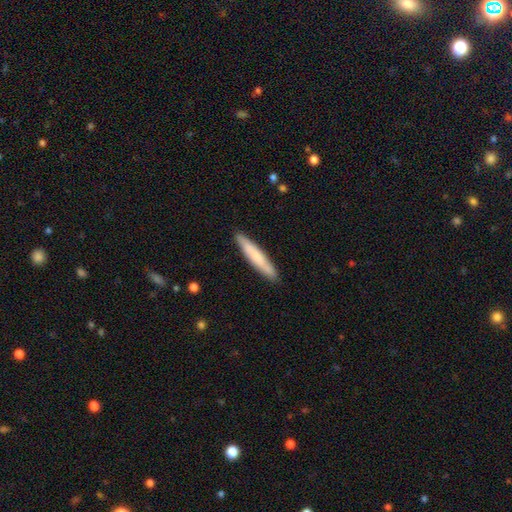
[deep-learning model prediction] Smooth or featured? smooth (66%)
How rounded? cigar-shaped (92%)
Merging? none (89%)